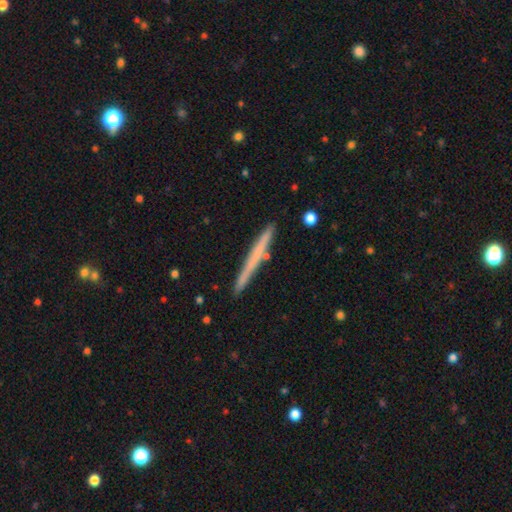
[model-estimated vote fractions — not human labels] Smooth or featured? smooth (50%)
Merging? none (90%)